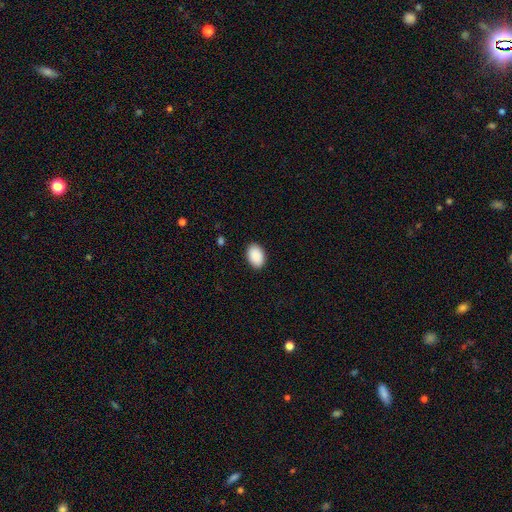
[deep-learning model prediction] A smooth galaxy with no disk features (91%) that is in between round and cigar-shaped (89%). Merging: none (90%).